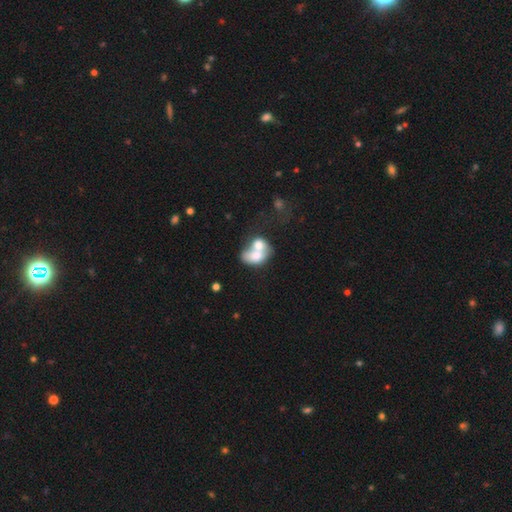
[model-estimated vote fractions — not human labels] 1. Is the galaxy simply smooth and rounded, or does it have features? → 65% smooth, 27% featured or disk, 8% star or artifact.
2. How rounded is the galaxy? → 73% in between, 25% round, 1% cigar-shaped.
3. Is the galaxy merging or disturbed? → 75% merger, 11% none, 7% major disturbance, 6% minor disturbance.